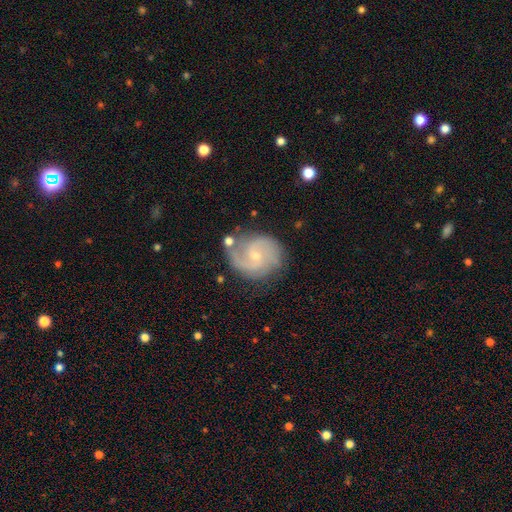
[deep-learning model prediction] Smooth or featured? Predicted: featured or disk (p=0.85). Edge-on disk? Predicted: no (p=0.98). Bar? Predicted: no (p=0.58). Spiral arms? Predicted: yes (p=0.96). Spiral winding? Predicted: medium (p=0.51). Spiral arm count? Predicted: 2 (p=0.69). Bulge size? Predicted: small (p=0.75). Merging? Predicted: none (p=0.72).